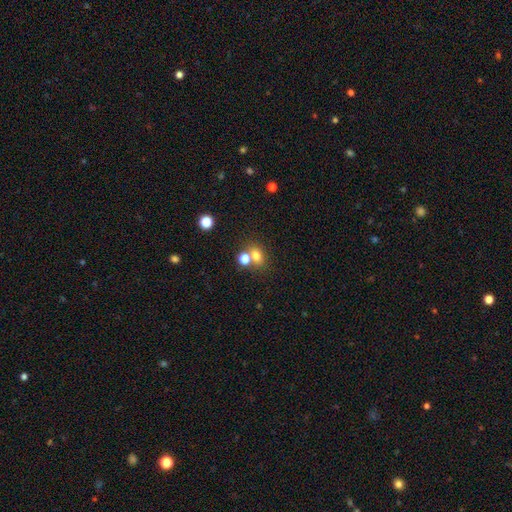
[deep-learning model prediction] This is likely a smooth galaxy (74%). How rounded: possibly in between (50%). Merging: possibly none (53%).